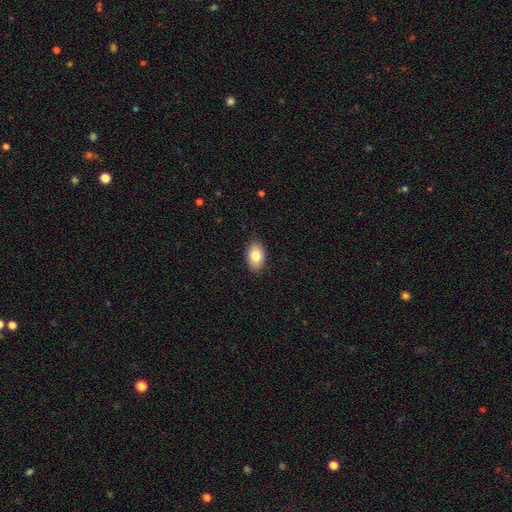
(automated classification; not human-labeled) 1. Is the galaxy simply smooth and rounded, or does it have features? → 82% smooth, 11% featured or disk, 7% star or artifact.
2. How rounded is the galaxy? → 88% in between, 10% round, 1% cigar-shaped.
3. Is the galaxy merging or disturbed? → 88% none, 9% minor disturbance, 2% major disturbance, 1% merger.